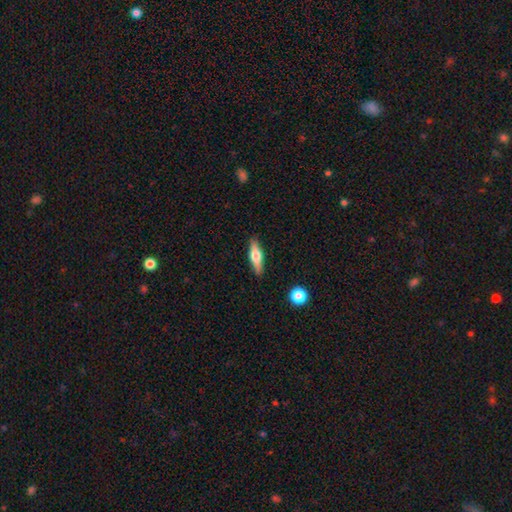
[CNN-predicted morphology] A smooth galaxy with no disk features (49%).

Vote fractions:
- Smooth or featured? smooth: 49% / featured or disk: 44% / star or artifact: 6%
- Merging? none: 88% / minor disturbance: 9% / major disturbance: 2% / merger: 1%